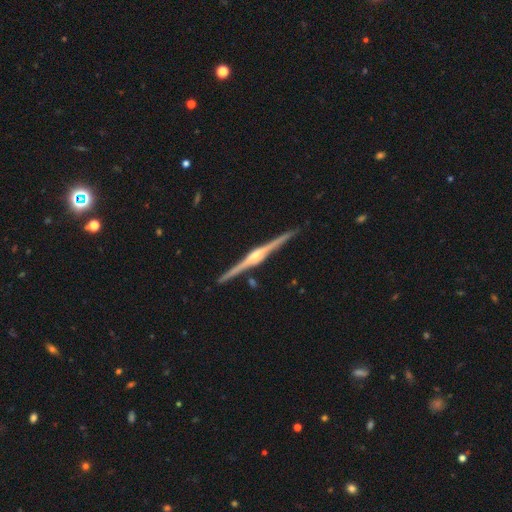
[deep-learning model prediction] Morphology: type=featured or disk (90%); edge-on=yes (99%); edge-on bulge=rounded (85%); merging=none (92%).